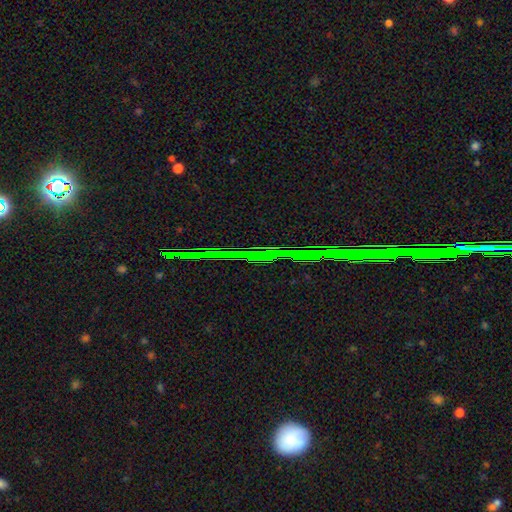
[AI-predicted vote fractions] Morphology: type=star or artifact (80%).